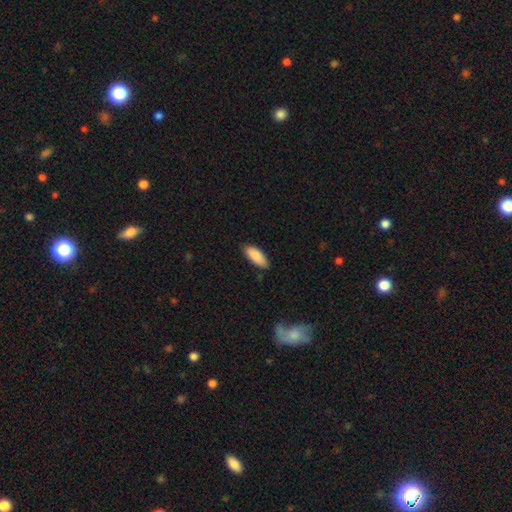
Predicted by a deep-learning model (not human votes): Q: Smooth or featured?
A: smooth (88%); runner-up: featured or disk (6%)
Q: How rounded?
A: in between (81%); runner-up: cigar-shaped (17%)
Q: Merging?
A: none (81%); runner-up: minor disturbance (16%)